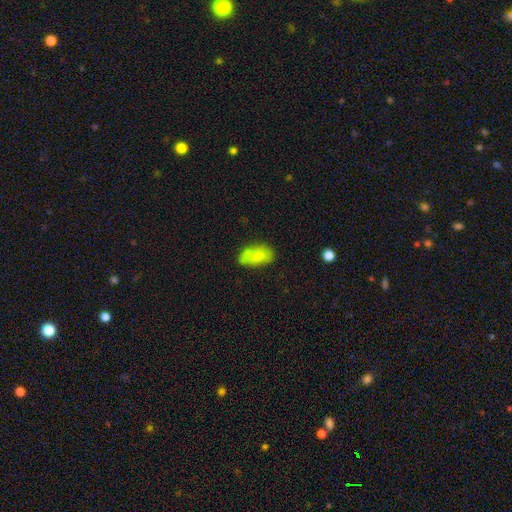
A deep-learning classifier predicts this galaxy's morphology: A smooth galaxy with no disk features (71%) that is in between round and cigar-shaped (90%). Merging: none (45%).